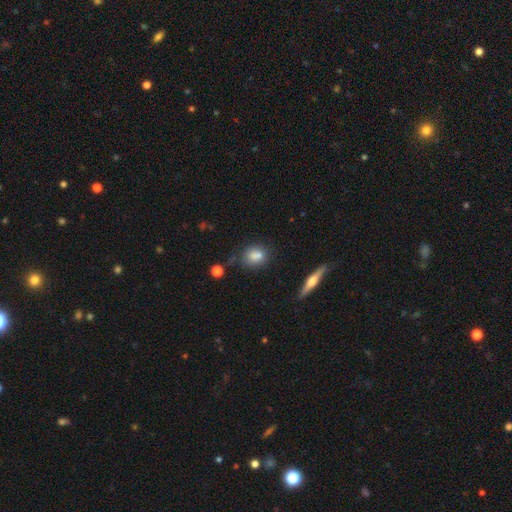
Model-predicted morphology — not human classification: type=smooth (78%); roundness=round (53%); merging=none (63%).